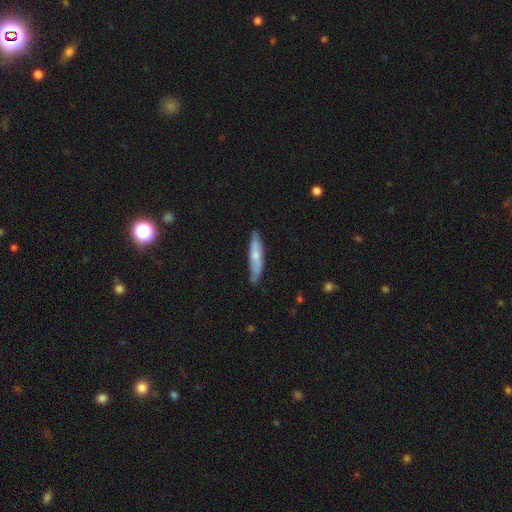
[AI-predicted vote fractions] A smooth galaxy with no disk features (60%) that is cigar-shaped (84%).

Vote fractions:
- Smooth or featured? smooth: 60% / featured or disk: 34% / star or artifact: 6%
- How rounded? cigar-shaped: 84% / in between: 15% / round: 2%
- Merging? none: 75% / minor disturbance: 20% / major disturbance: 3% / merger: 2%